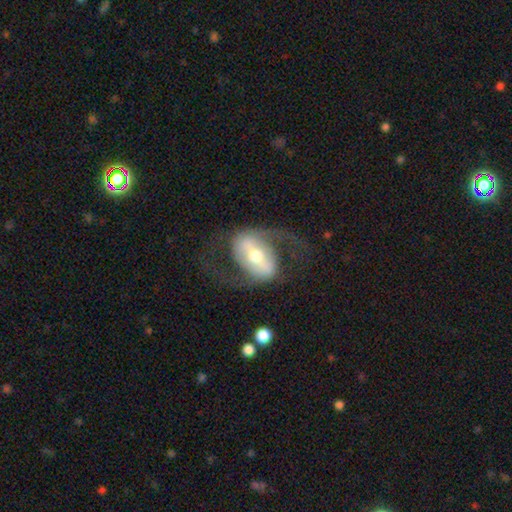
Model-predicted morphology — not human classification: featured or disk 80%, smooth 14%, star or artifact 5%. Down the decision tree: edge-on disk — no (94%); bar — strong (56%); spiral arms — yes (84%); spiral arm count — 2 (89%); spiral winding — loose (46%); bulge size — moderate (63%); merging — none (66%).